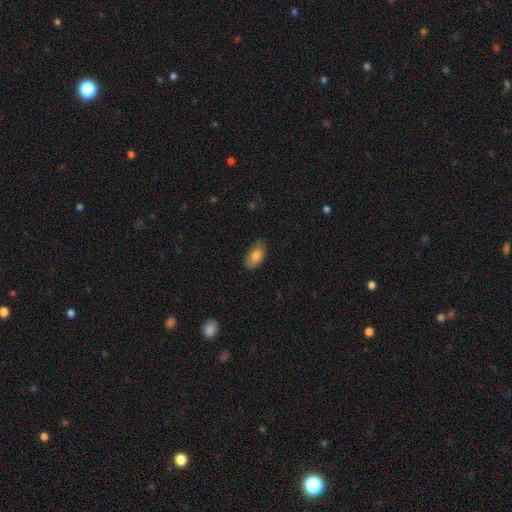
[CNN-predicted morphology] A smooth galaxy with no disk features (81%) that is in between round and cigar-shaped (94%). Merging: none (75%).